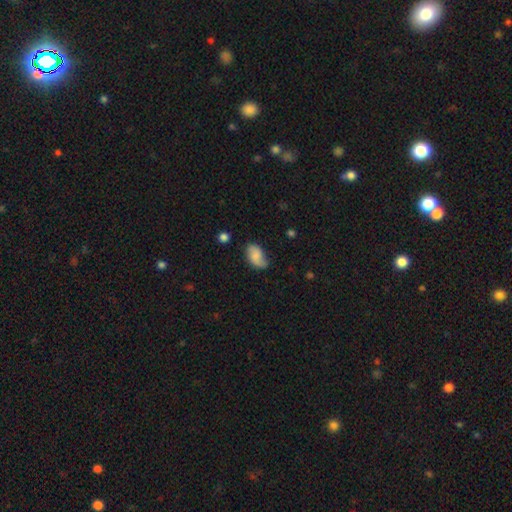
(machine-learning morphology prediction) type=smooth (65%); roundness=in between (92%); merging=none (58%).